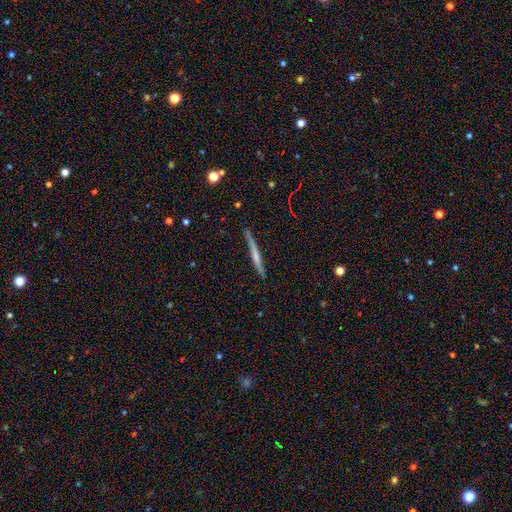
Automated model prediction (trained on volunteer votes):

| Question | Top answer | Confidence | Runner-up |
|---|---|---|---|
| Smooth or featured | featured or disk | 64% | smooth (29%) |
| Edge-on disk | yes | 97% | no (3%) |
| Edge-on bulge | rounded | 54% | none (39%) |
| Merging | none | 86% | minor disturbance (11%) |